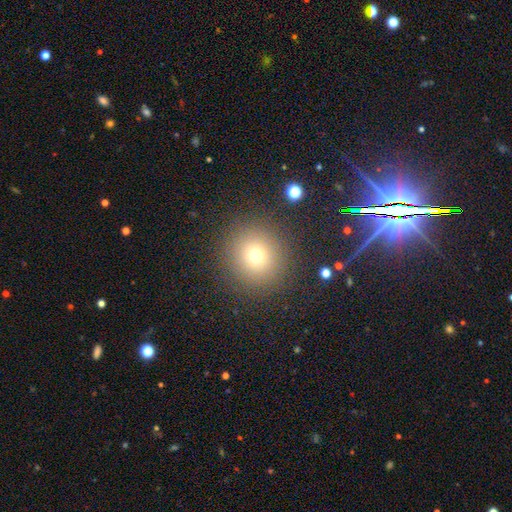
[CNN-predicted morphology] This is likely a smooth galaxy (70%). How rounded: clearly round (93%). Merging: clearly none (89%).